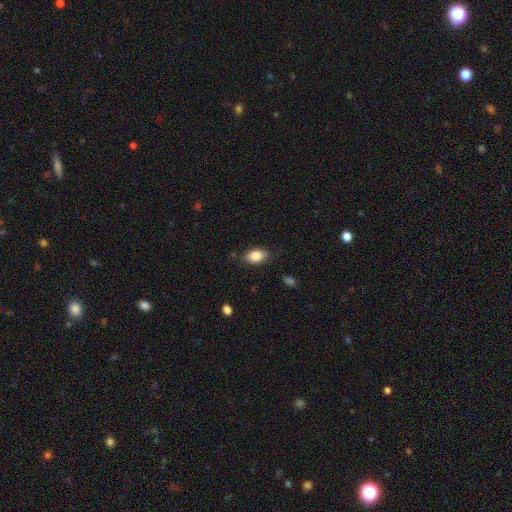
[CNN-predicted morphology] The model was most divided on "merging": none: 82%, minor disturbance: 13%, major disturbance: 3%, merger: 1%. More confident: smooth or featured — smooth (85%); how rounded — in between (85%).